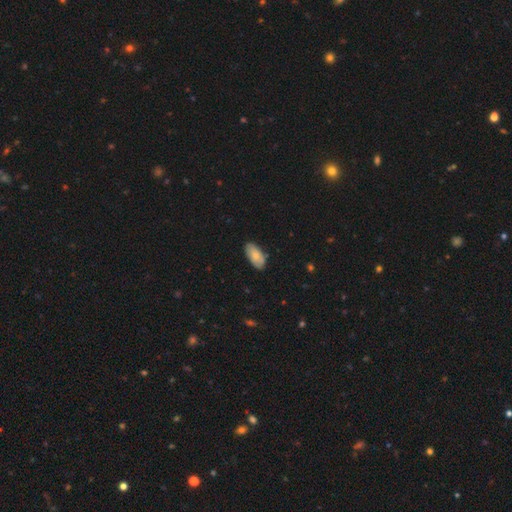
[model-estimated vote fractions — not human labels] Q: Smooth or featured?
A: smooth (73%); runner-up: featured or disk (21%)
Q: How rounded?
A: in between (94%); runner-up: cigar-shaped (4%)
Q: Merging?
A: none (81%); runner-up: minor disturbance (16%)